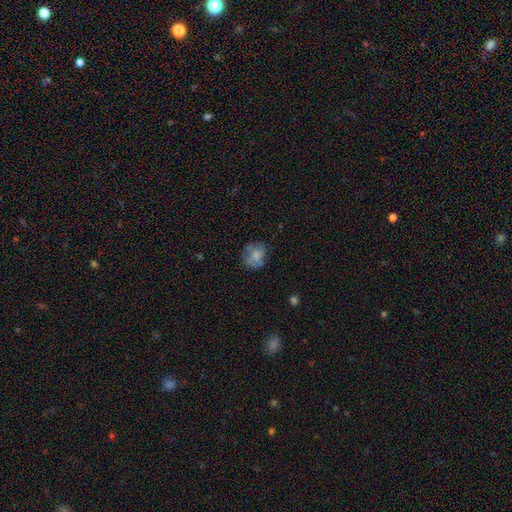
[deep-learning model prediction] This appears to be a smooth galaxy with no disk features (55%) that is round (64%). Merging: none (62%).